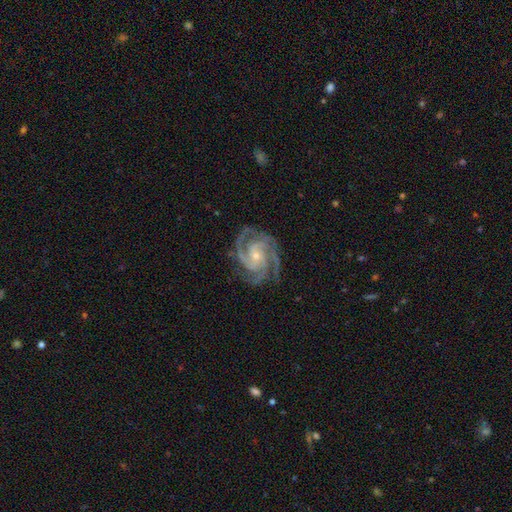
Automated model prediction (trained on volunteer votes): featured or disk 93%, star or artifact 4%, smooth 3%. Down the decision tree: edge-on disk — no (98%); bar — no (62%); spiral arms — yes (99%); spiral arm count — 3 (47%); spiral winding — tight (56%); bulge size — small (68%); merging — none (78%).